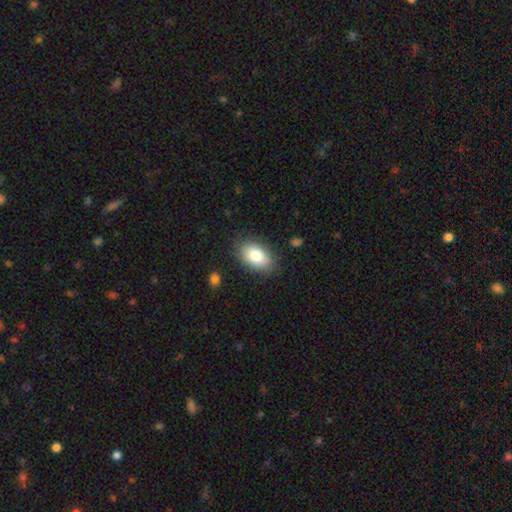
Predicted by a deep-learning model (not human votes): Smooth or featured? smooth (82%)
How rounded? in between (91%)
Merging? none (84%)